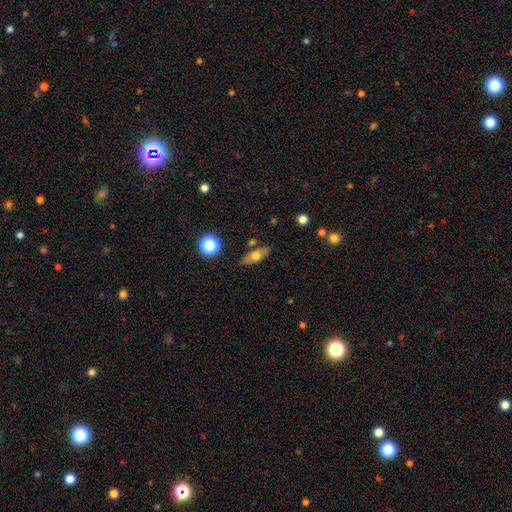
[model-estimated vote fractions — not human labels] Morphology: type=smooth (60%); roundness=in between (66%); merging=none (82%).